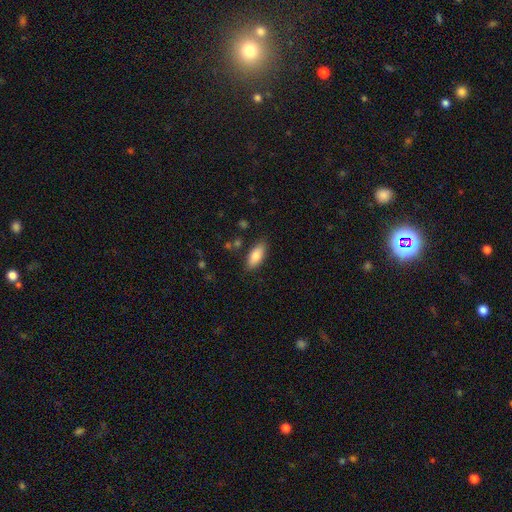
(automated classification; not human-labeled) This is clearly a smooth galaxy (82%). How rounded: clearly in between (82%). Merging: clearly none (83%).